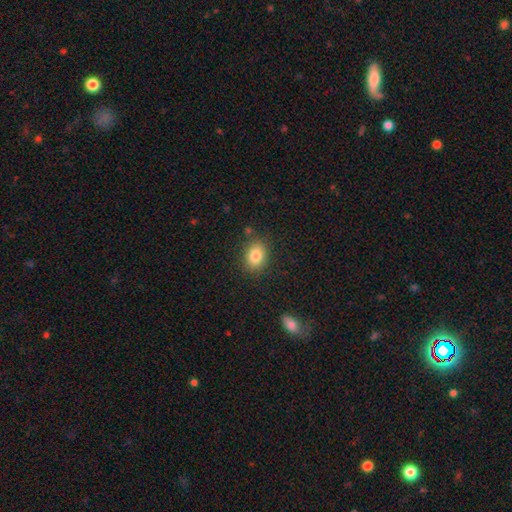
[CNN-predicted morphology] type=smooth (83%); roundness=in between (65%); merging=none (83%).